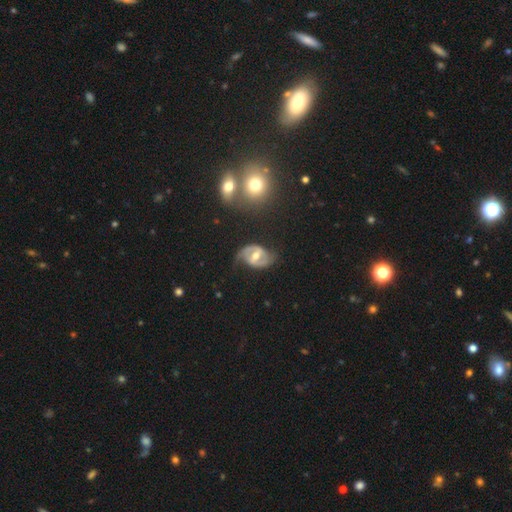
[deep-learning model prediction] Smooth or featured?
  - featured or disk: 81% *
  - smooth: 13%
  - star or artifact: 6%
Edge-on disk?
  - no: 97% *
  - yes: 3%
Bar?
  - weak: 42% * (tied)
  - strong: 42% * (tied)
  - no: 16%
Spiral arms?
  - yes: 86% *
  - no: 14%
Spiral winding?
  - medium: 46% *
  - loose: 30%
  - tight: 24%
Spiral arm count?
  - 2: 88% *
  - can't tell: 6%
  - 1: 3%
  - 3: 1%
  - 4: 1%
  - more than 4: 1%
Bulge size?
  - moderate: 72% *
  - small: 19%
  - large: 6%
  - none: 2%
  - dominant: 1%
Merging?
  - none: 63% *
  - minor disturbance: 22%
  - major disturbance: 11%
  - merger: 3%